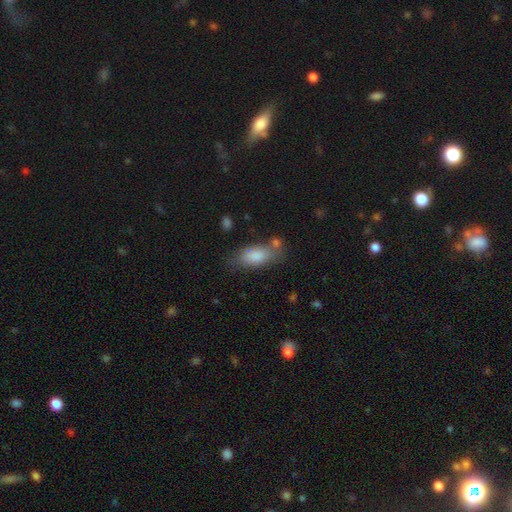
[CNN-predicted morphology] smooth-or-featured: smooth: 83% | featured or disk: 10% | star or artifact: 7%
  how-rounded: in between: 86% | cigar-shaped: 11% | round: 3%
  merging: none: 58% | minor disturbance: 22% | merger: 12% | major disturbance: 8%